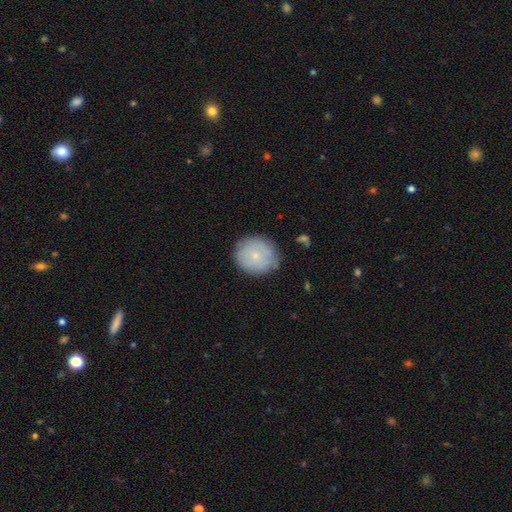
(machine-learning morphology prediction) smooth 70%, featured or disk 23%, star or artifact 7%. Down the decision tree: how rounded — round (87%); merging — none (81%).